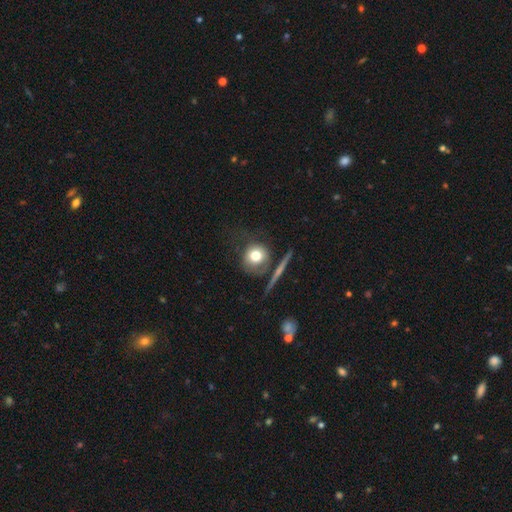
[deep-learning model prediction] Smooth or featured: smooth — 71% (featured or disk — 20%)
How rounded: round — 87% (in between — 11%)
Merging: none — 63% (minor disturbance — 17%)